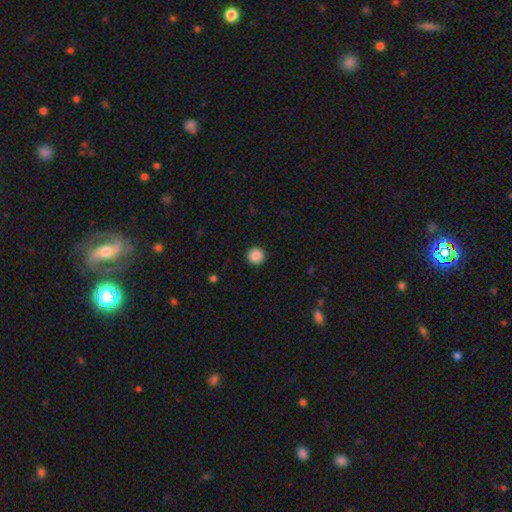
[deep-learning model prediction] Q: Smooth or featured?
A: smooth (89%); runner-up: star or artifact (9%)
Q: How rounded?
A: round (96%); runner-up: in between (3%)
Q: Merging?
A: none (93%); runner-up: minor disturbance (4%)